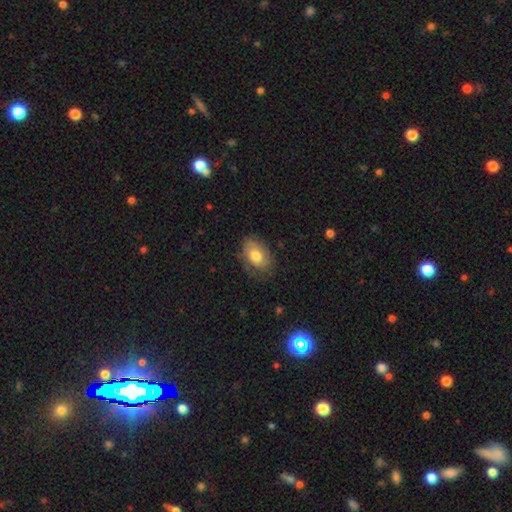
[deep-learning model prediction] Smooth or featured?
  - smooth: 72% *
  - featured or disk: 21%
  - star or artifact: 7%
How rounded?
  - in between: 89% *
  - round: 10%
  - cigar-shaped: 1%
Merging?
  - none: 73% *
  - minor disturbance: 20%
  - major disturbance: 6%
  - merger: 1%